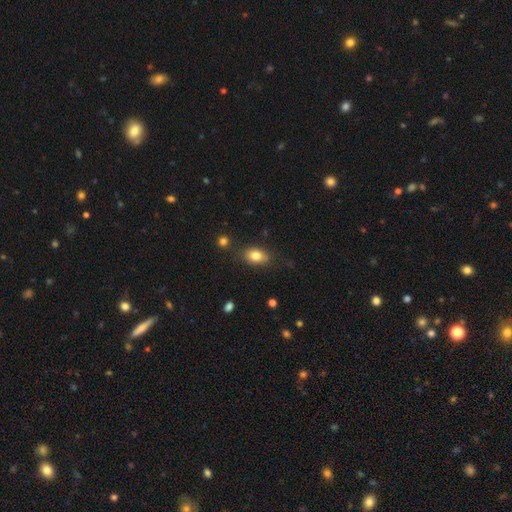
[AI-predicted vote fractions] Morphology: type=smooth (82%); roundness=in between (83%); merging=none (81%).